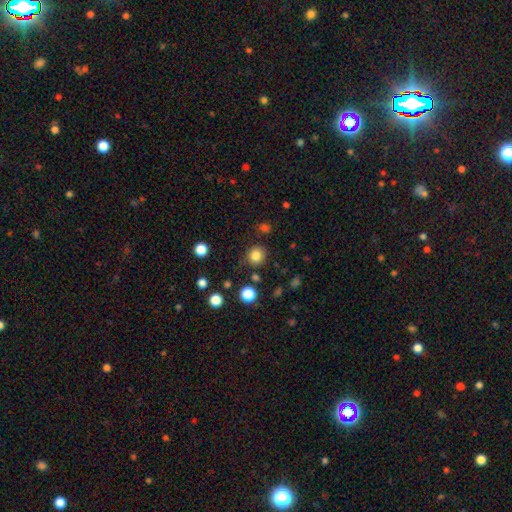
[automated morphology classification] A smooth galaxy with no disk features (82%) that is round (89%). Merging: none (85%).